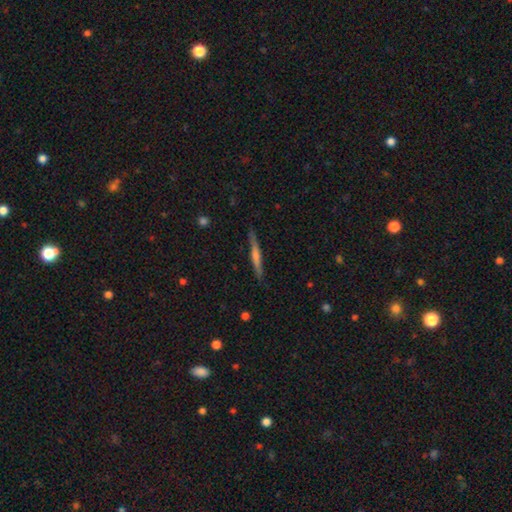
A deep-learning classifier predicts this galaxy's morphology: Overall: featured or disk (62%; smooth 31%). Edge-on disk: yes (97%). Edge-on bulge: rounded (49%; none 38%). Merging: none (90%).